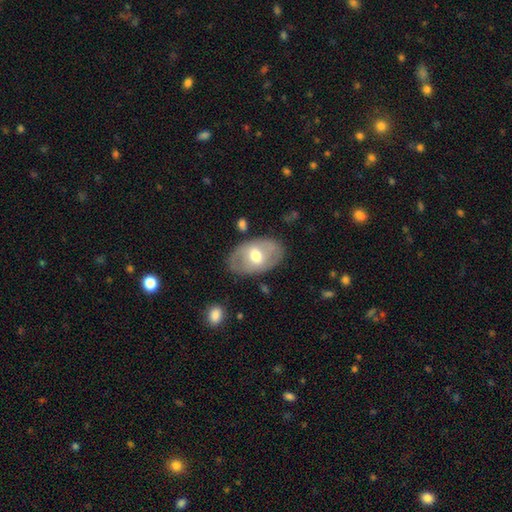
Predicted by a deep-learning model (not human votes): Overall: smooth (48%; featured or disk 47%). Merging: none (78%).